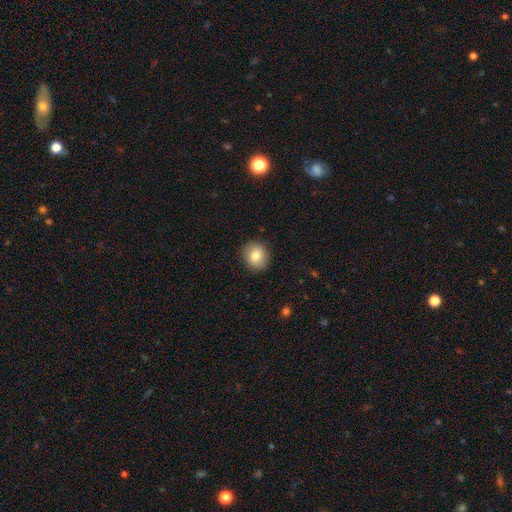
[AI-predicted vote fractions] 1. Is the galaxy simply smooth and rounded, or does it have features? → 80% smooth, 11% featured or disk, 8% star or artifact.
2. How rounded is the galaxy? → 78% round, 21% in between, 1% cigar-shaped.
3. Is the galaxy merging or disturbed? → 88% none, 9% minor disturbance, 2% major disturbance, 1% merger.